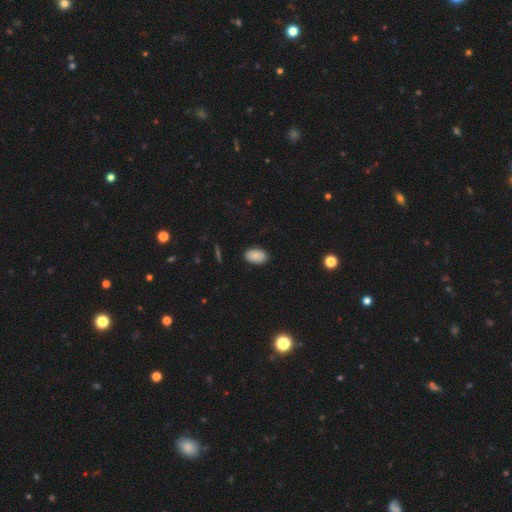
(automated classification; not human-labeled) Smooth or featured? smooth (86%)
How rounded? in between (91%)
Merging? none (87%)